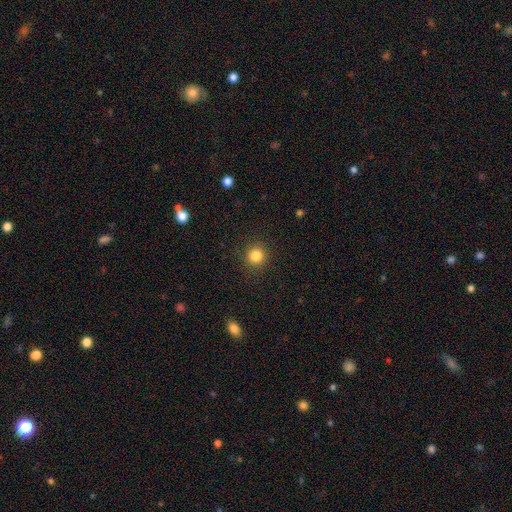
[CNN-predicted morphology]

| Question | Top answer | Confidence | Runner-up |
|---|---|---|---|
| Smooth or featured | smooth | 84% | star or artifact (12%) |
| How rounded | round | 92% | in between (7%) |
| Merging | none | 90% | minor disturbance (6%) |